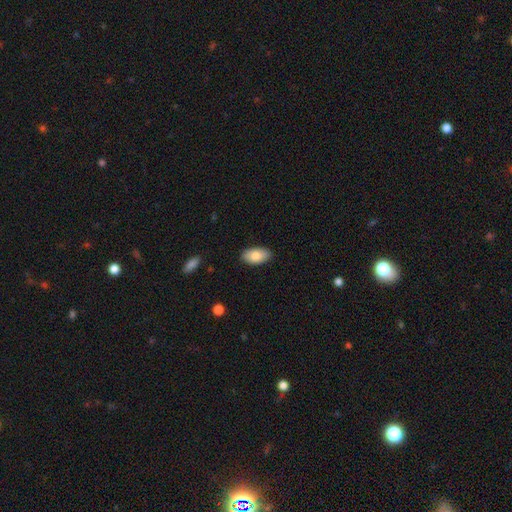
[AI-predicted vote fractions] Q: Smooth or featured?
A: smooth (84%); runner-up: featured or disk (10%)
Q: How rounded?
A: in between (94%); runner-up: round (3%)
Q: Merging?
A: none (86%); runner-up: minor disturbance (11%)